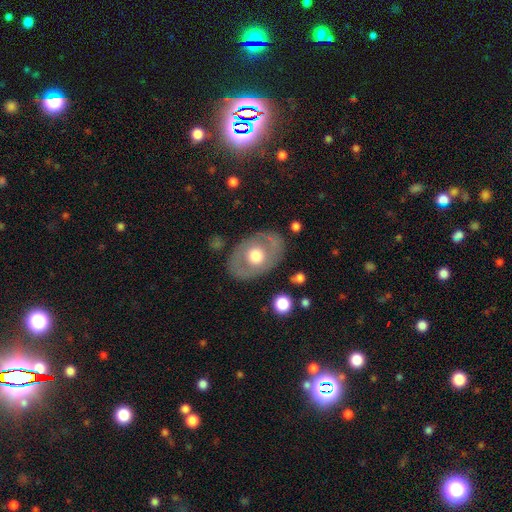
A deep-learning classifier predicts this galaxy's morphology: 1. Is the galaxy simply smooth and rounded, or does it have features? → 48% featured or disk, 47% smooth, 5% star or artifact.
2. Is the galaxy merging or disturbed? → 81% none, 12% minor disturbance, 5% major disturbance, 2% merger.